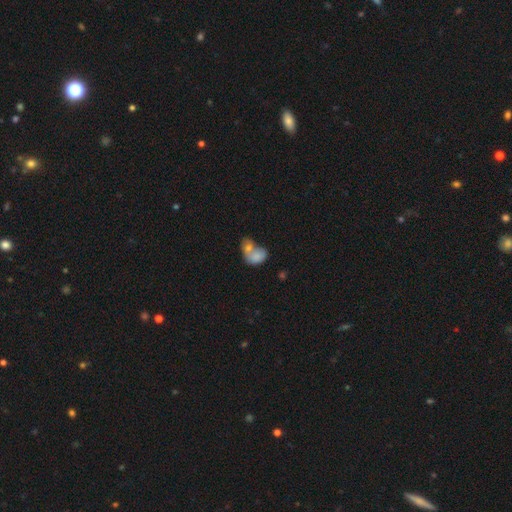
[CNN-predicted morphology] Q: Smooth or featured?
A: smooth (76%); runner-up: featured or disk (16%)
Q: How rounded?
A: in between (72%); runner-up: round (26%)
Q: Merging?
A: merger (68%); runner-up: none (18%)